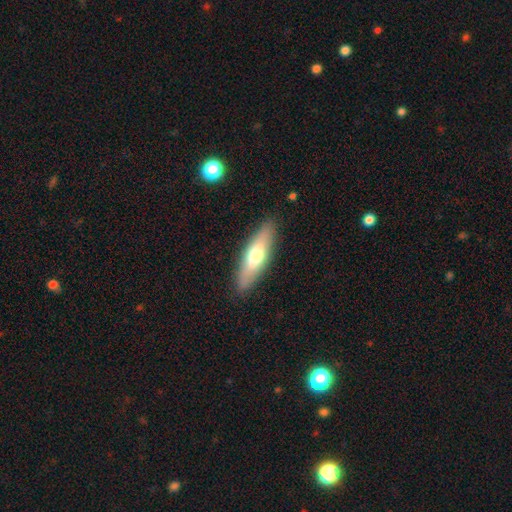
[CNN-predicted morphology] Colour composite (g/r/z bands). It shows a smooth galaxy with no disk features (59%) that is cigar-shaped (56%). Merging: none (88%).